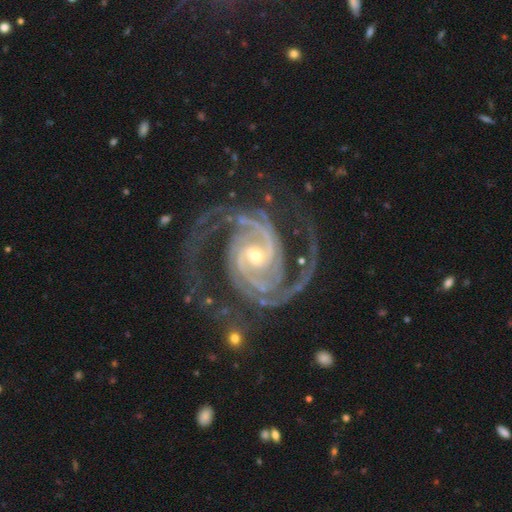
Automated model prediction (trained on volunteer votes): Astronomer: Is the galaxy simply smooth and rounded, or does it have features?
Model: featured or disk — 94%.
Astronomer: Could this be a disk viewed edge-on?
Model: no — 98%.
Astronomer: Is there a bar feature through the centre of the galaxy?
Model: no — 44% (runner-up: weak, 37%).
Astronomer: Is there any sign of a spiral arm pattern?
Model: yes — 99%.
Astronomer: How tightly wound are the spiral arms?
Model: tight — 49% (runner-up: medium, 44%).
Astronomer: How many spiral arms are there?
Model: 2 — 77%.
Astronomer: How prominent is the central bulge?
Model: small — 52% (runner-up: moderate, 43%).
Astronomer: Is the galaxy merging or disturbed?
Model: none — 73%.